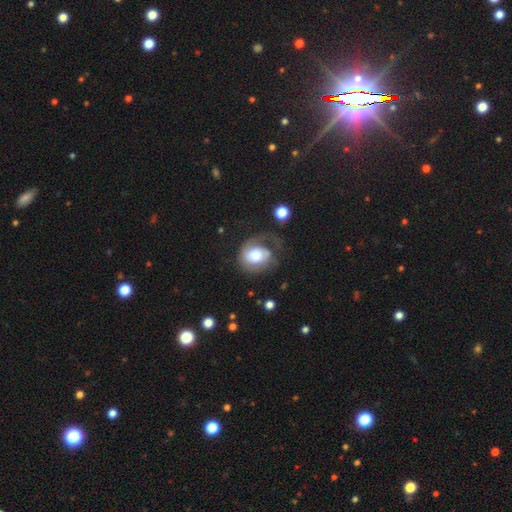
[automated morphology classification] Smooth or featured: featured or disk — 50% (smooth — 42%)
Edge-on disk: no — 97% (yes — 3%)
Merging: none — 37% (tied with major disturbance — 37%)